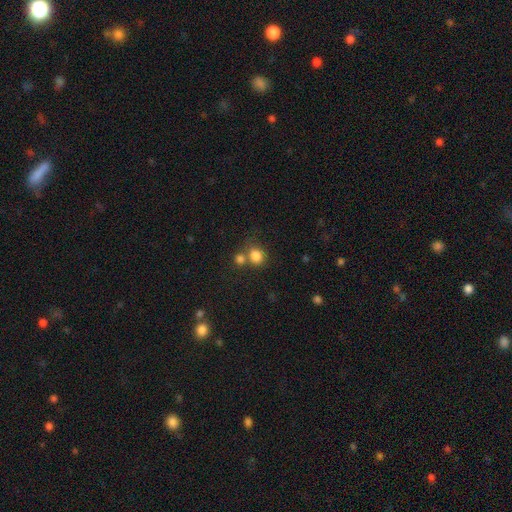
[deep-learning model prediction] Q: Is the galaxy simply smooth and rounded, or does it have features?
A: smooth — 83%.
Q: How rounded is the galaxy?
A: round — 70%.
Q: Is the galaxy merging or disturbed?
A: none — 51%.